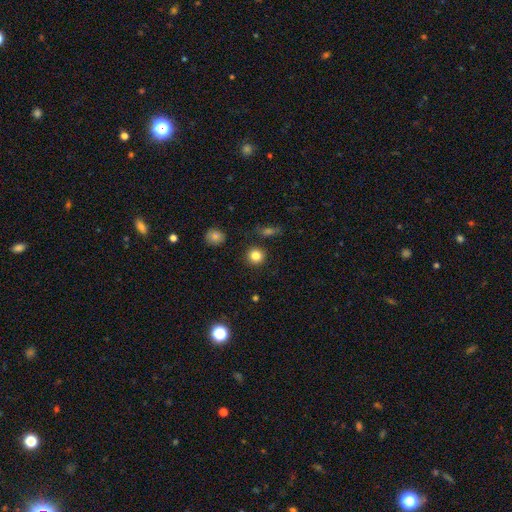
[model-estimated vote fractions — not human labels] The model was most divided on "smooth or featured": smooth: 83%, star or artifact: 12%, featured or disk: 5%. More confident: how rounded — round (93%); merging — none (90%).